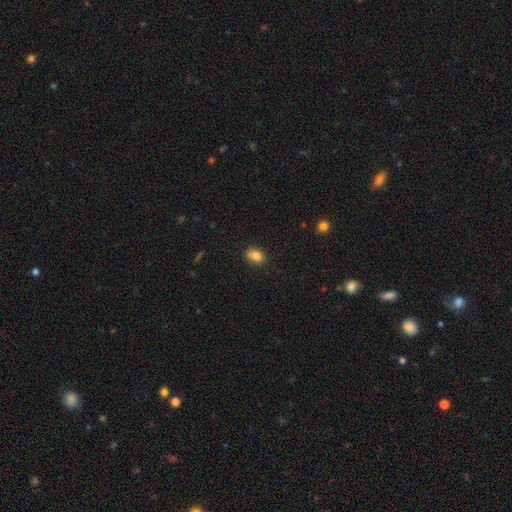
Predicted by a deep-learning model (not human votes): smooth_or_featured: smooth (p=0.82) [alt: star or artifact p=0.10]
how_rounded: in between (p=0.68) [alt: round p=0.30]
merging: none (p=0.72) [alt: minor disturbance p=0.18]